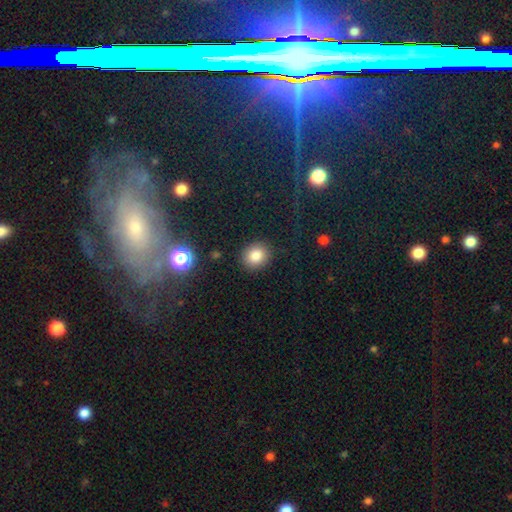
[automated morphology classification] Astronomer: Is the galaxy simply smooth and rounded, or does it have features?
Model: smooth — 83%.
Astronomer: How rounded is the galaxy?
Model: round — 77%.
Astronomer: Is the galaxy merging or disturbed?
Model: none — 88%.